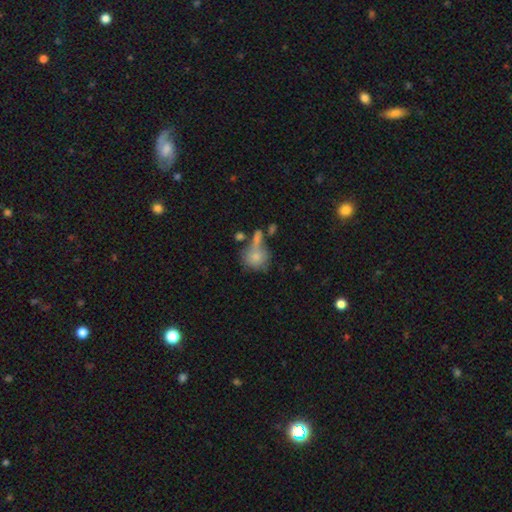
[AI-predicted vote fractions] This is likely a smooth galaxy (74%). How rounded: likely round (77%). Merging: marginally none (39%).